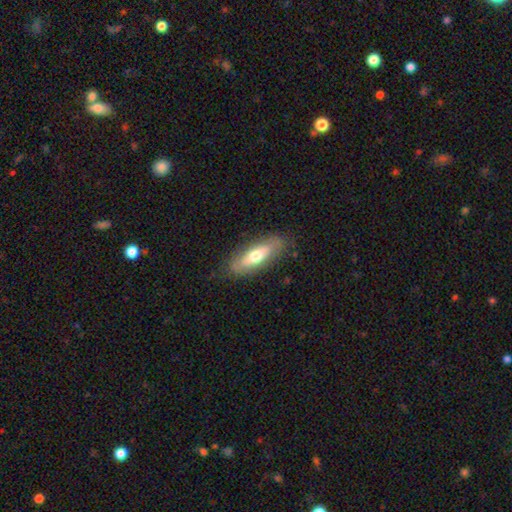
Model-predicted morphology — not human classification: Overall: smooth (57%; featured or disk 38%). How rounded: in between (56%; cigar-shaped 42%). Merging: none (80%).